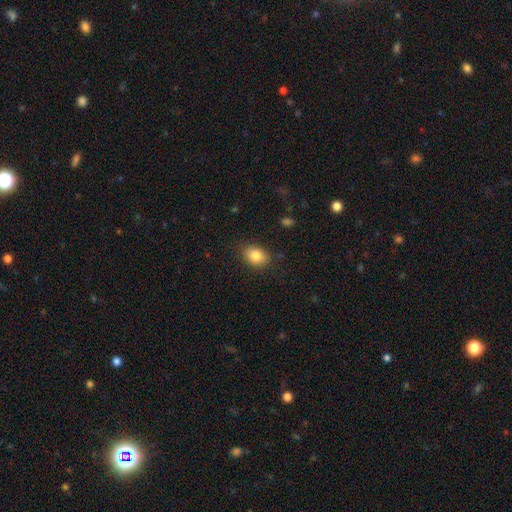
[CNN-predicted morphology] Q: Smooth or featured?
A: smooth (83%); runner-up: star or artifact (9%)
Q: How rounded?
A: in between (78%); runner-up: round (21%)
Q: Merging?
A: none (84%); runner-up: minor disturbance (12%)